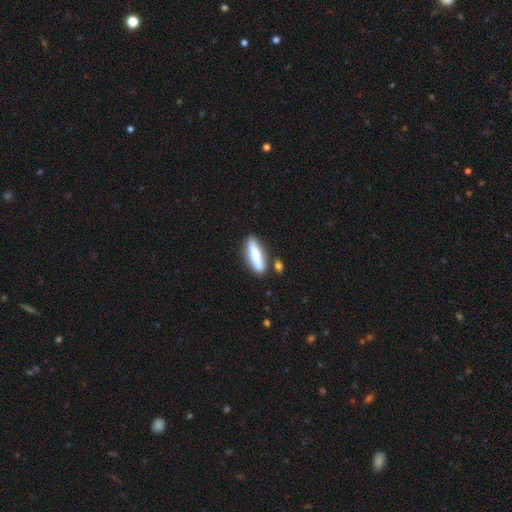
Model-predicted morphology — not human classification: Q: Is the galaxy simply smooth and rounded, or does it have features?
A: smooth — 72%.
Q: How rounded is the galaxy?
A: cigar-shaped — 67%.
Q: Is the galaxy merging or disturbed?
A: none — 81%.